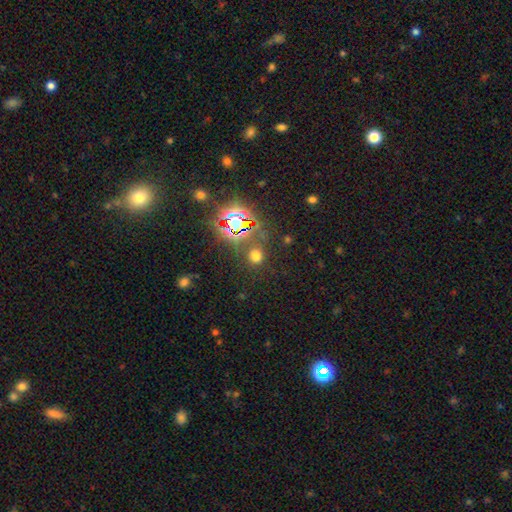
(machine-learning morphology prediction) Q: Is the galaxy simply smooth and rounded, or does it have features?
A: smooth — 57%.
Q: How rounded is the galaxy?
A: round — 78%.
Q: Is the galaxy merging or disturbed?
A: none — 81%.